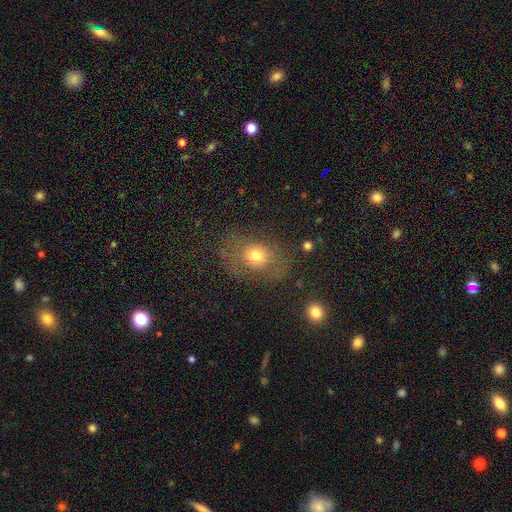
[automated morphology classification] A smooth galaxy with no disk features (70%) that is round (51%). Merging: none (66%).